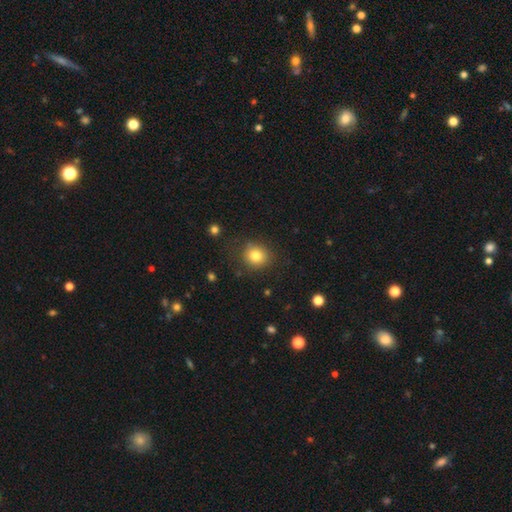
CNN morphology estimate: The model was most divided on "how rounded": round: 81%, in between: 18%, cigar-shaped: 1%. More confident: merging — none (81%); smooth or featured — smooth (79%).